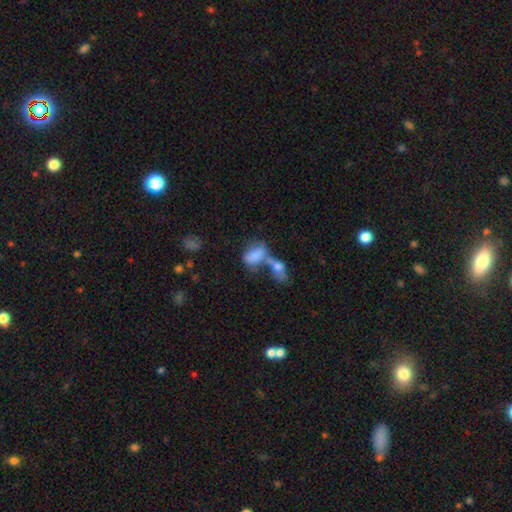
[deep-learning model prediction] The model was most divided on "merging": merger: 61%, none: 17%, major disturbance: 11%, minor disturbance: 11%. More confident: how rounded — in between (90%); smooth or featured — smooth (74%).